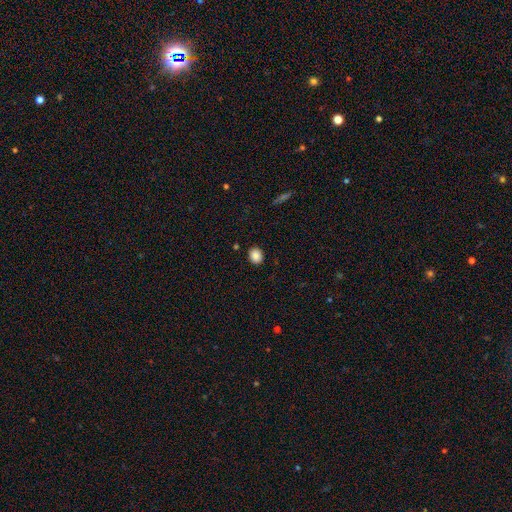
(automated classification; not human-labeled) Q: Smooth or featured?
A: smooth (87%); runner-up: star or artifact (9%)
Q: How rounded?
A: round (66%); runner-up: in between (33%)
Q: Merging?
A: none (90%); runner-up: minor disturbance (7%)